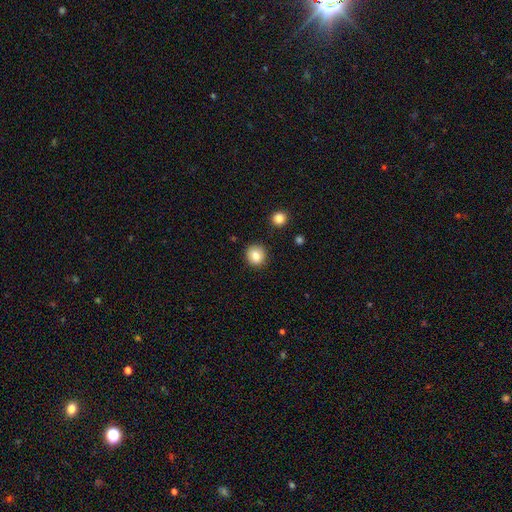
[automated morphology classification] Smooth or featured? smooth (84%)
How rounded? round (90%)
Merging? none (89%)